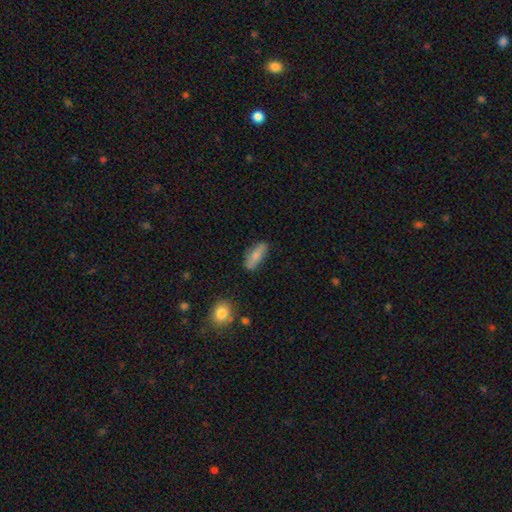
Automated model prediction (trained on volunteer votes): Overall: smooth (68%). How rounded: in between (60%; cigar-shaped 36%). Merging: none (79%).